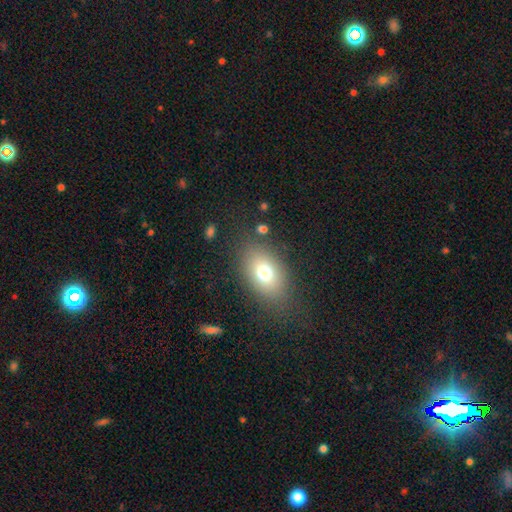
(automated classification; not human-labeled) Overall: smooth (70%). How rounded: in between (80%). Merging: none (84%).